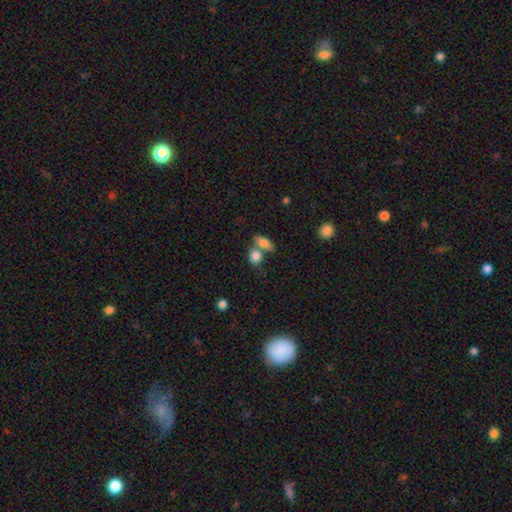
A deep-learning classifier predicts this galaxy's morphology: This appears to be a smooth galaxy with no disk features (83%) that is in between round and cigar-shaped (52%). Merging: none (43%).